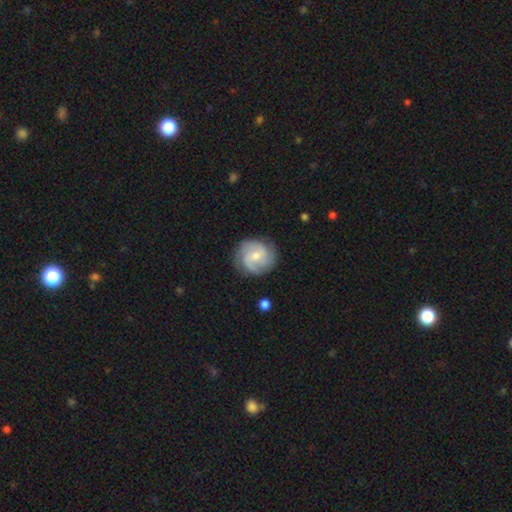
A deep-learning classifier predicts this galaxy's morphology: Overall: featured or disk (73%). Edge-on disk: no (98%). Bar: weak (51%; no 39%). Spiral arms: yes (94%). Spiral arm count: 2 (40%; 3 31%). Spiral winding: medium (47%; tight 32%). Bulge size: small (51%; moderate 43%). Merging: none (80%).